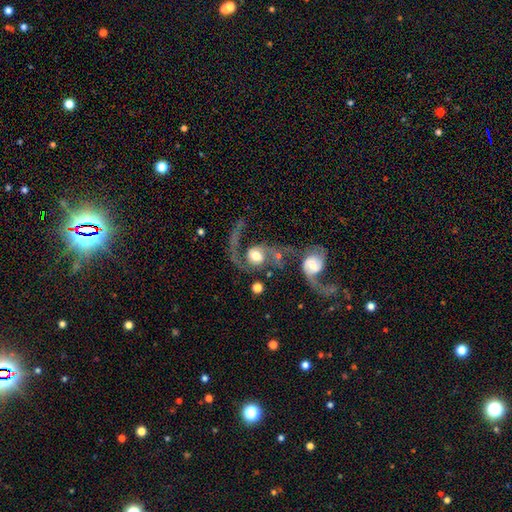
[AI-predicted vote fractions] Morphology: type=featured or disk (71%); edge-on=no (97%); bar=no (59%); spiral arms=yes (90%); winding=loose (60%); arm count=2 (70%); bulge=moderate (53%); merging=merger (57%).